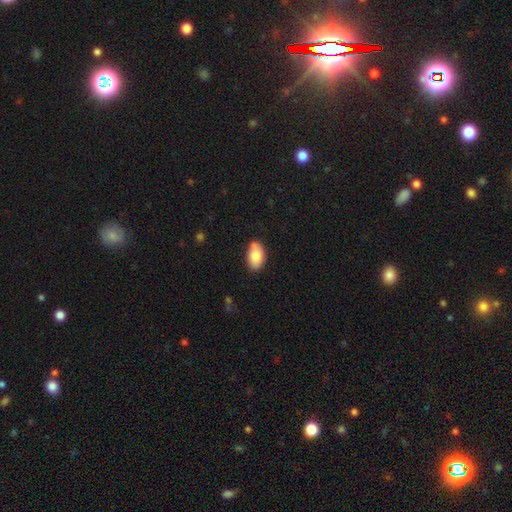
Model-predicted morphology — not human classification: Smooth or featured?
  - smooth: 81% *
  - featured or disk: 12%
  - star or artifact: 7%
How rounded?
  - in between: 93% *
  - round: 6%
  - cigar-shaped: 1%
Merging?
  - none: 72% *
  - minor disturbance: 18%
  - merger: 7%
  - major disturbance: 3%